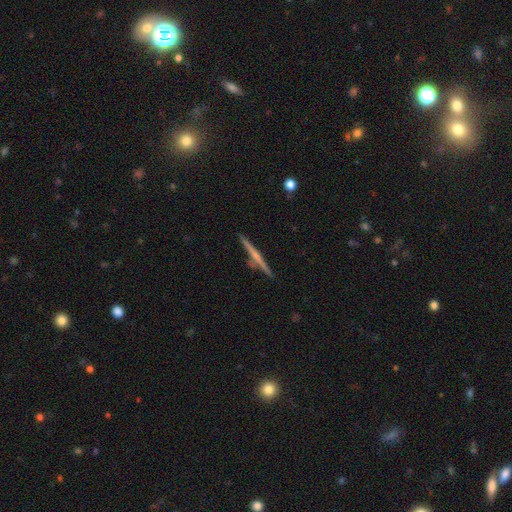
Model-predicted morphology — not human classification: Q: Smooth or featured?
A: featured or disk (65%); runner-up: smooth (29%)
Q: Edge-on disk?
A: yes (98%); runner-up: no (2%)
Q: Edge-on bulge?
A: rounded (47%); runner-up: none (44%)
Q: Merging?
A: none (84%); runner-up: minor disturbance (8%)